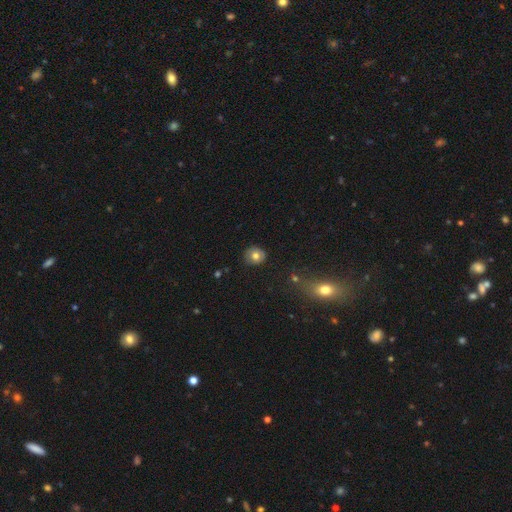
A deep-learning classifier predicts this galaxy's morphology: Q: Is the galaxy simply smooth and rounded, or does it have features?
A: smooth — 76%.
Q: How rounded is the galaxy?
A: round — 83%.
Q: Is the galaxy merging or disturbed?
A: none — 83%.